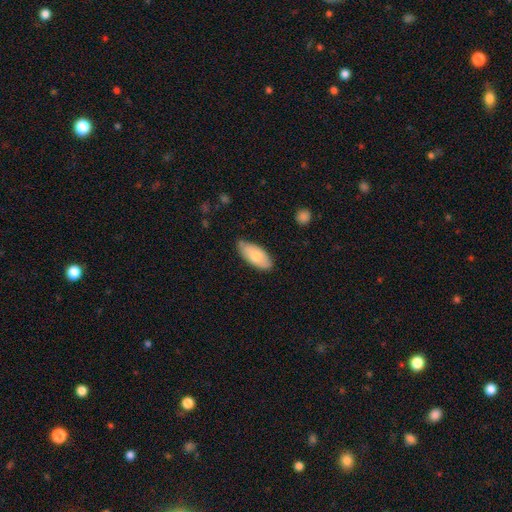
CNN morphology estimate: This appears to be a smooth galaxy with no disk features (76%) that is in between round and cigar-shaped (90%). Merging: none (70%).